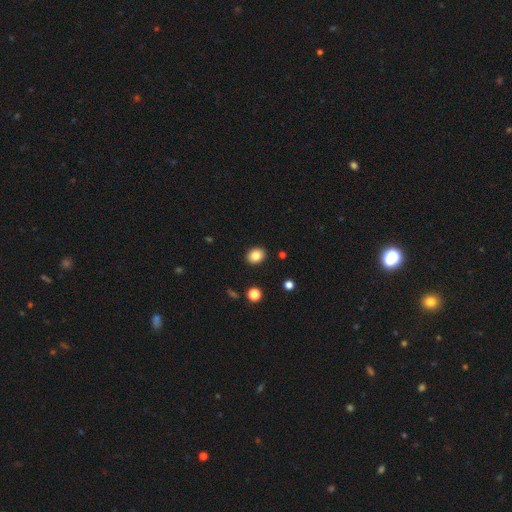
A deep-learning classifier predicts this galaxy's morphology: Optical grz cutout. It shows a smooth galaxy with no disk features (84%) that is in between round and cigar-shaped (52%). Merging: none (90%).